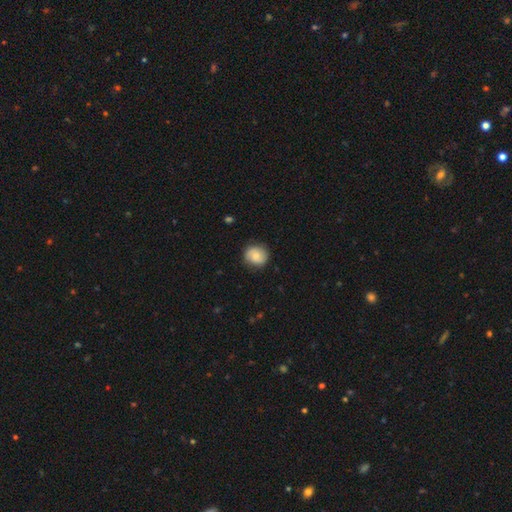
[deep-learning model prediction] Overall: smooth (65%; featured or disk 27%). How rounded: round (85%). Merging: none (82%).